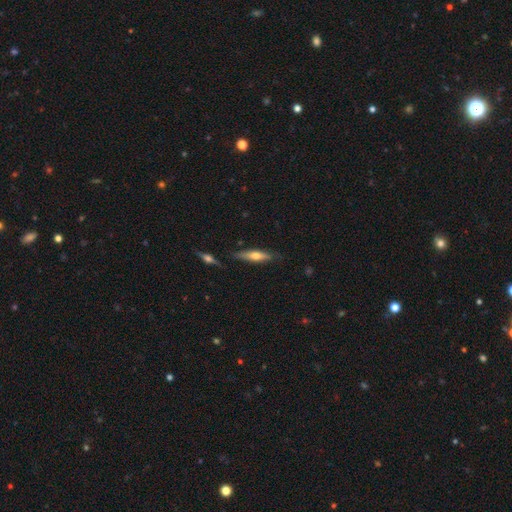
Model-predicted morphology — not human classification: type=smooth (48%); merging=none (79%).